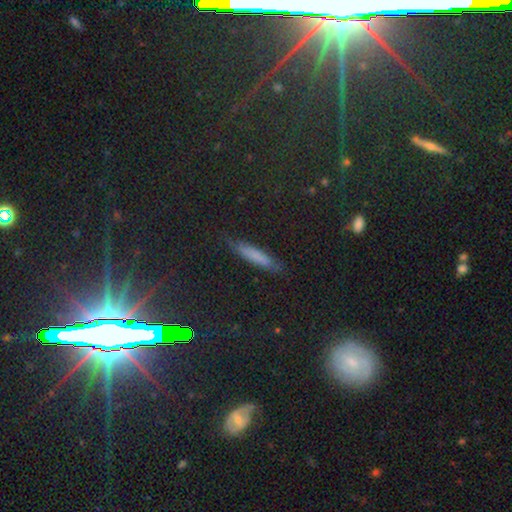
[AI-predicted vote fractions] smooth-or-featured: smooth: 62% | star or artifact: 21% | featured or disk: 17%
  how-rounded: cigar-shaped: 83% | in between: 13% | round: 4%
  merging: none: 82% | minor disturbance: 12% | major disturbance: 4% | merger: 2%